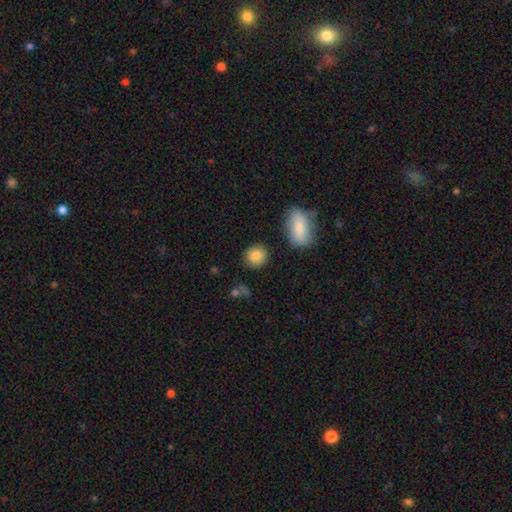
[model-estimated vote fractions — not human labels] smooth-or-featured: smooth: 85% | star or artifact: 8% | featured or disk: 7%
  how-rounded: round: 80% | in between: 18% | cigar-shaped: 1%
  merging: none: 86% | minor disturbance: 8% | merger: 3% | major disturbance: 3%